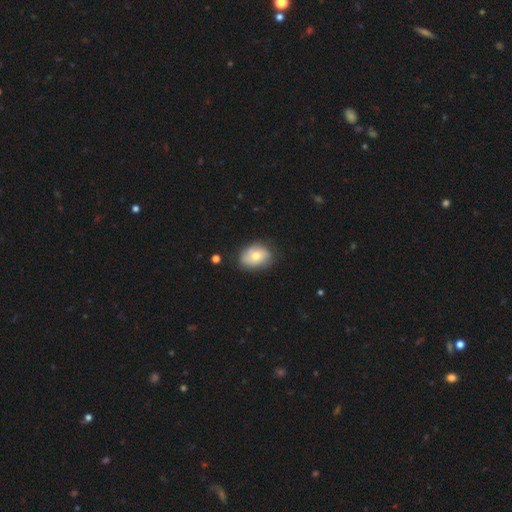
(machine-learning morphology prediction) Smooth or featured?
  - smooth: 65% *
  - featured or disk: 28%
  - star or artifact: 8%
How rounded?
  - in between: 70% *
  - round: 29%
  - cigar-shaped: 1%
Merging?
  - none: 71% *
  - minor disturbance: 22%
  - major disturbance: 5%
  - merger: 2%